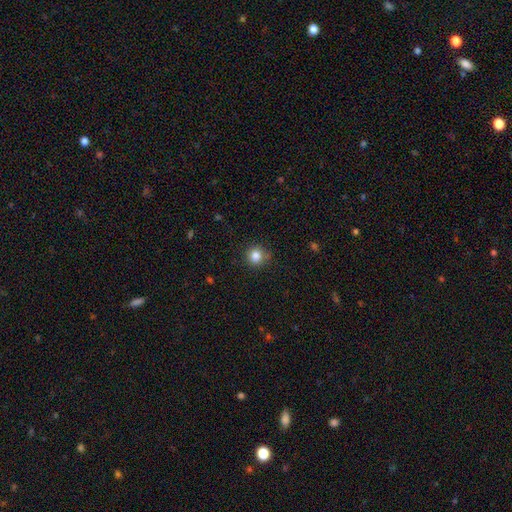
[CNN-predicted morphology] The model was most divided on "smooth or featured": smooth: 84%, star or artifact: 11%, featured or disk: 5%. More confident: how rounded — round (92%); merging — none (85%).